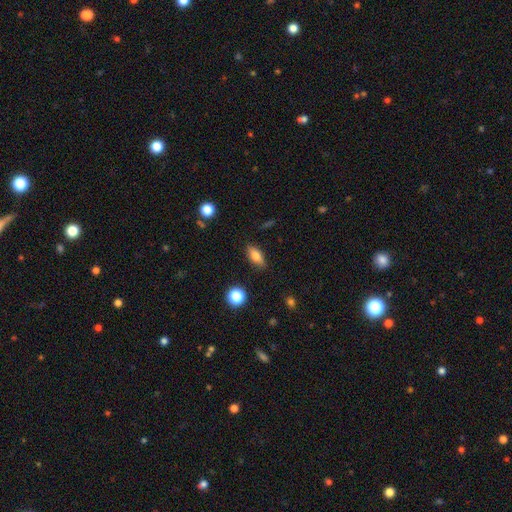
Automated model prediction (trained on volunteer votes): Smooth or featured? Predicted: smooth (p=0.76). How rounded? Predicted: in between (p=0.80). Merging? Predicted: none (p=0.85).